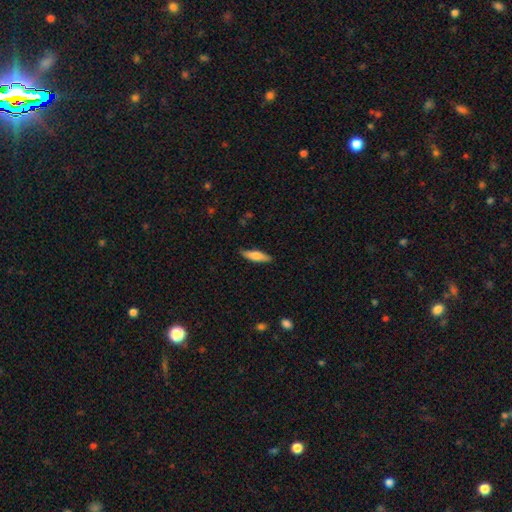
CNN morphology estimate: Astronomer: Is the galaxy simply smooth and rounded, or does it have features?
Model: smooth — 74%.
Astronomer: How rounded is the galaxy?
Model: cigar-shaped — 67%.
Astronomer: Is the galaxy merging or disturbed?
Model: none — 84%.